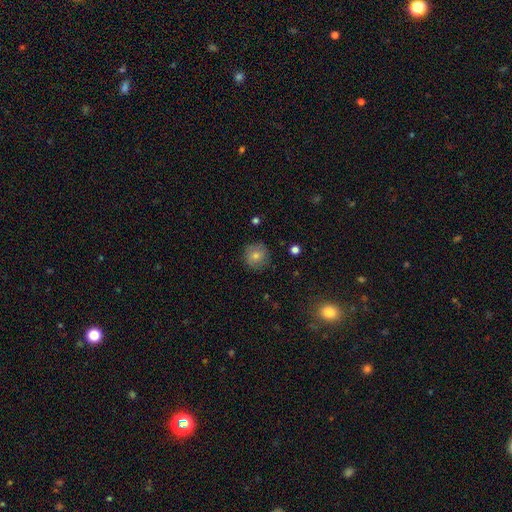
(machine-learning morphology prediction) Smooth or featured: smooth — 73% (featured or disk — 17%)
How rounded: round — 91% (in between — 8%)
Merging: none — 83% (minor disturbance — 13%)